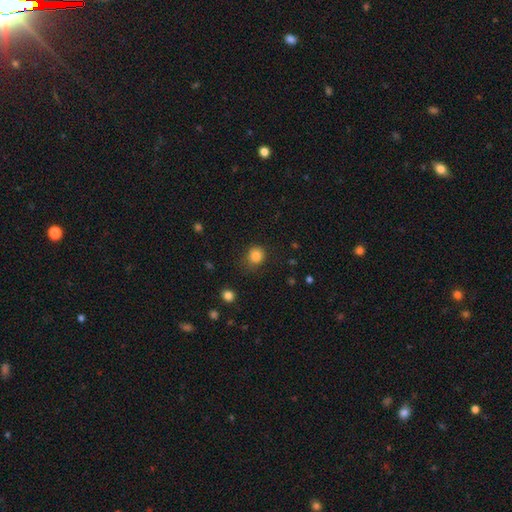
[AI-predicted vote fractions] A smooth galaxy with no disk features (85%) that is round (80%).

Vote fractions:
- Smooth or featured? smooth: 85% / star or artifact: 11% / featured or disk: 4%
- How rounded? round: 80% / in between: 19% / cigar-shaped: 1%
- Merging? none: 75% / minor disturbance: 18% / major disturbance: 6% / merger: 2%